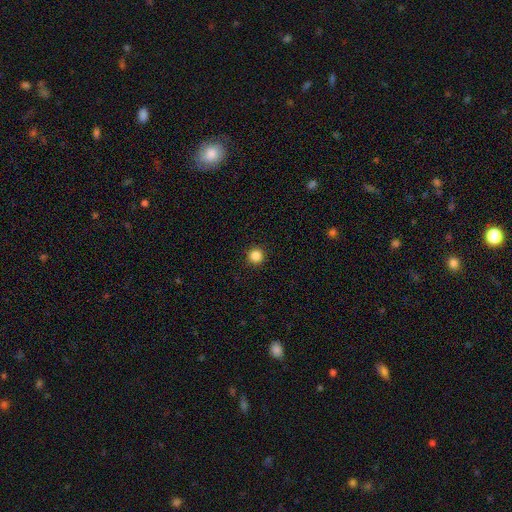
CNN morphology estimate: Smooth or featured? Predicted: smooth (p=0.86). How rounded? Predicted: round (p=0.96). Merging? Predicted: none (p=0.93).